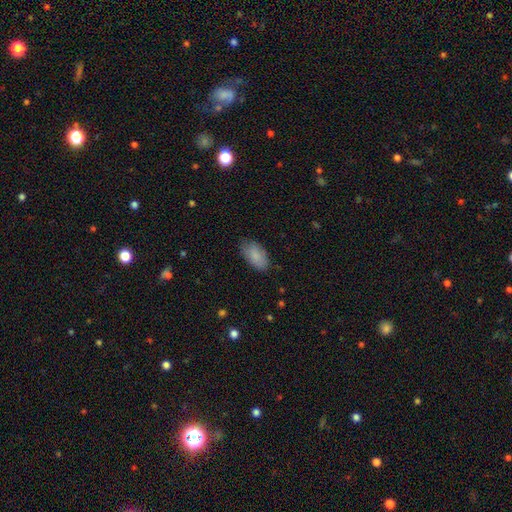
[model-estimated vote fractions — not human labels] smooth_or_featured: smooth (p=0.86) [alt: featured or disk p=0.08]
how_rounded: in between (p=0.94) [alt: round p=0.03]
merging: none (p=0.76) [alt: minor disturbance p=0.19]